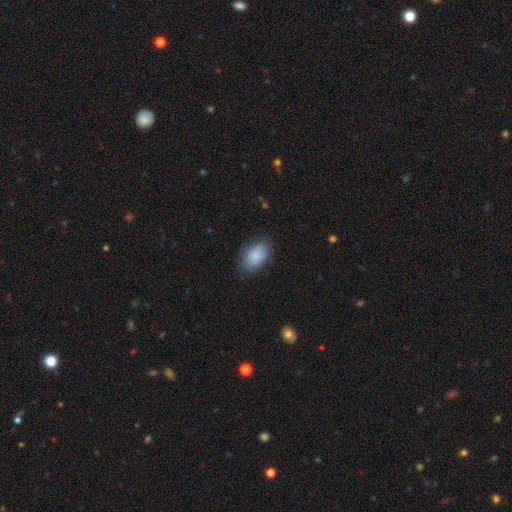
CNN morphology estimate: smooth_or_featured: smooth (p=0.88) [alt: star or artifact p=0.07]
how_rounded: in between (p=0.88) [alt: round p=0.11]
merging: none (p=0.77) [alt: minor disturbance p=0.17]